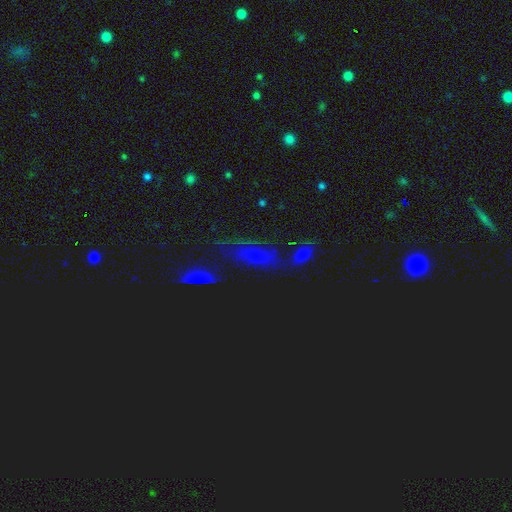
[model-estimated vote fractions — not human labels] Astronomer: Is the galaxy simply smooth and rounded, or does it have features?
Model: star or artifact — 42% (runner-up: smooth, 37%).